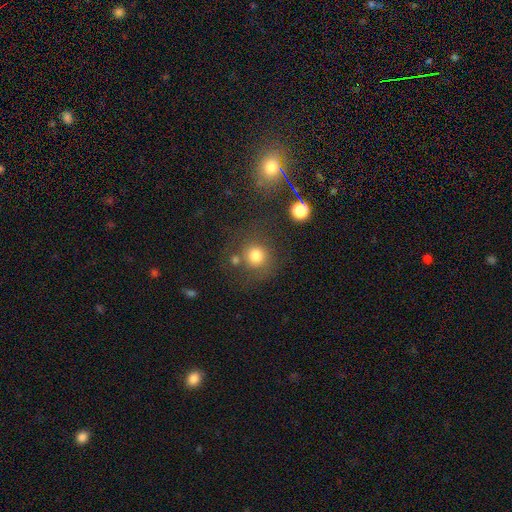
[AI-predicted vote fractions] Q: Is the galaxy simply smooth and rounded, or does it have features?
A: smooth — 76%.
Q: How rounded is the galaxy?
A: round — 91%.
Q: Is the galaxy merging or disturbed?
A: none — 67%.